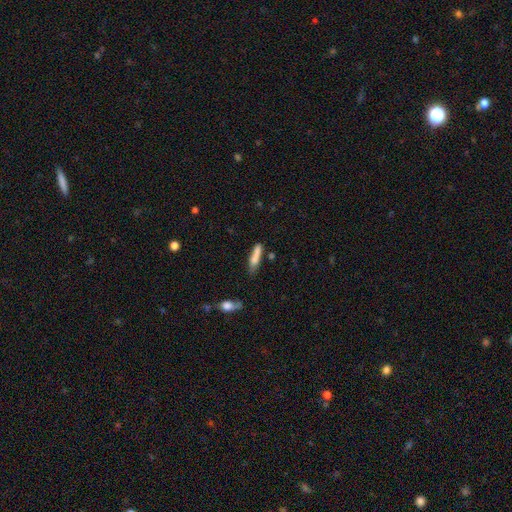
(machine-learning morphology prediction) A smooth galaxy with no disk features (77%) that is cigar-shaped (77%). Merging: none (53%).